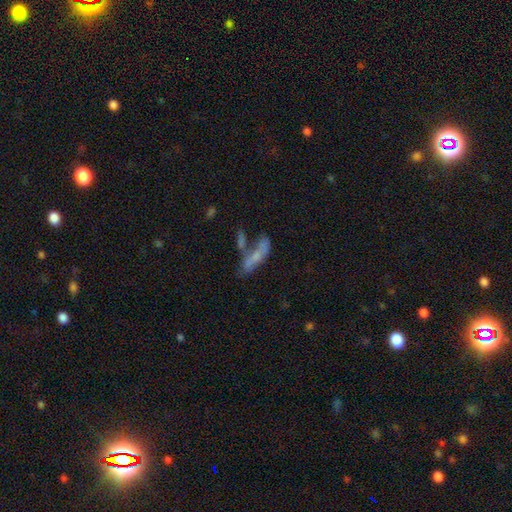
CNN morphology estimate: Smooth or featured? Predicted: smooth (p=0.53). How rounded? Predicted: cigar-shaped (p=0.59). Merging? Predicted: merger (p=0.40).